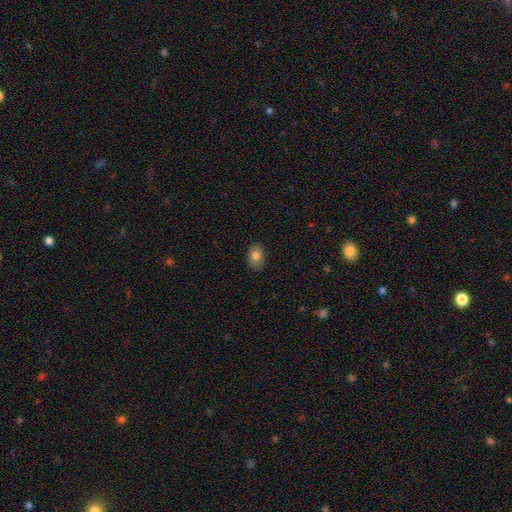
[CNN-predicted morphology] Smooth or featured? smooth (82%)
How rounded? in between (79%)
Merging? none (86%)